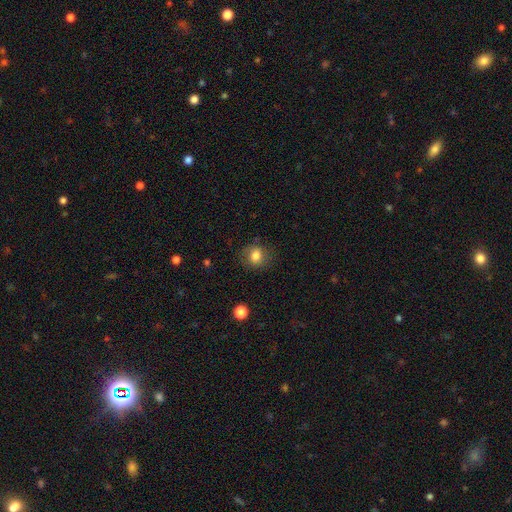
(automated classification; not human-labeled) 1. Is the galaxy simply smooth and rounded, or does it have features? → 81% smooth, 10% star or artifact, 9% featured or disk.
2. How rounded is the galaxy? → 63% round, 36% in between, 1% cigar-shaped.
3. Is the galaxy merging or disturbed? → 79% none, 14% minor disturbance, 5% major disturbance, 1% merger.